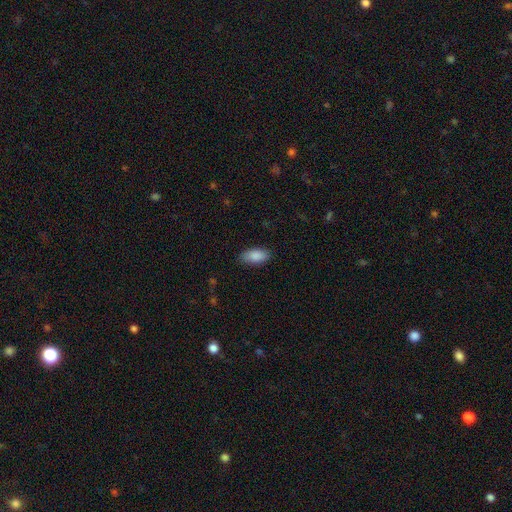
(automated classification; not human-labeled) Smooth or featured?
  - smooth: 88% *
  - star or artifact: 6%
  - featured or disk: 5%
How rounded?
  - in between: 92% *
  - cigar-shaped: 6%
  - round: 2%
Merging?
  - none: 86% *
  - minor disturbance: 11%
  - major disturbance: 2%
  - merger: 1%